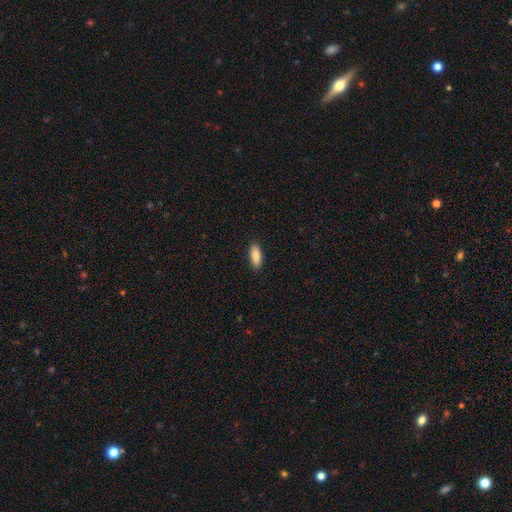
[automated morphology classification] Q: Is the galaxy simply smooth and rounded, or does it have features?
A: smooth — 87%.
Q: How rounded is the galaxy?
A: in between — 77%.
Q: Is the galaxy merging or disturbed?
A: none — 90%.